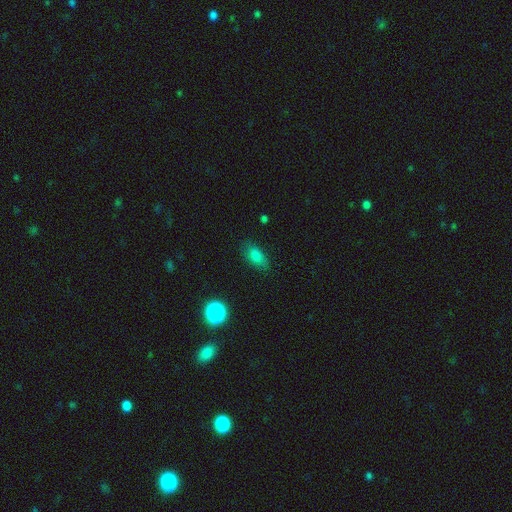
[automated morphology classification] This is likely a smooth galaxy (79%). How rounded: clearly in between (87%). Merging: likely none (77%).